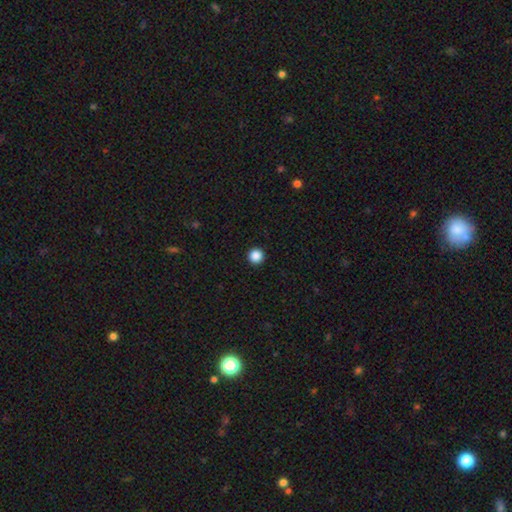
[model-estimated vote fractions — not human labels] This appears to be a smooth galaxy with no disk features (88%) that is round (97%). Merging: none (94%).